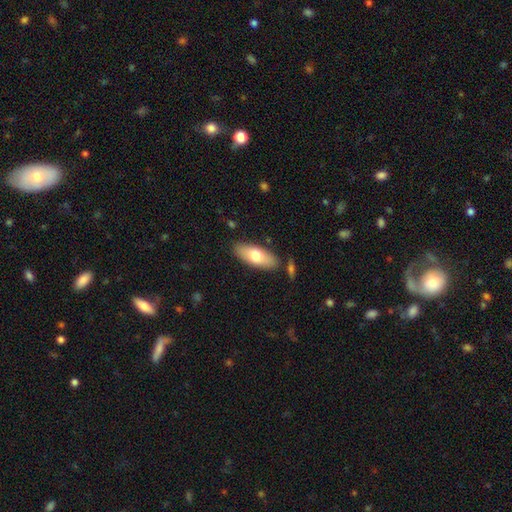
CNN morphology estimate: smooth_or_featured: smooth (p=0.70) [alt: featured or disk p=0.24]
how_rounded: in between (p=0.79) [alt: cigar-shaped p=0.18]
merging: none (p=0.83) [alt: minor disturbance p=0.11]